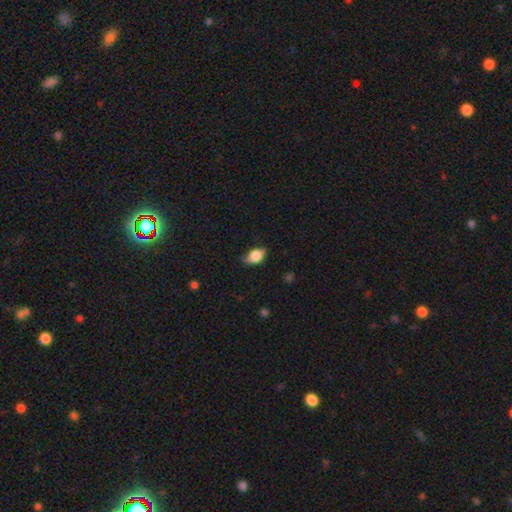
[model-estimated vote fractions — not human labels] Smooth or featured?
  - smooth: 81% *
  - featured or disk: 12%
  - star or artifact: 8%
How rounded?
  - in between: 85% *
  - round: 13%
  - cigar-shaped: 3%
Merging?
  - none: 61% *
  - minor disturbance: 32%
  - major disturbance: 6%
  - merger: 1%